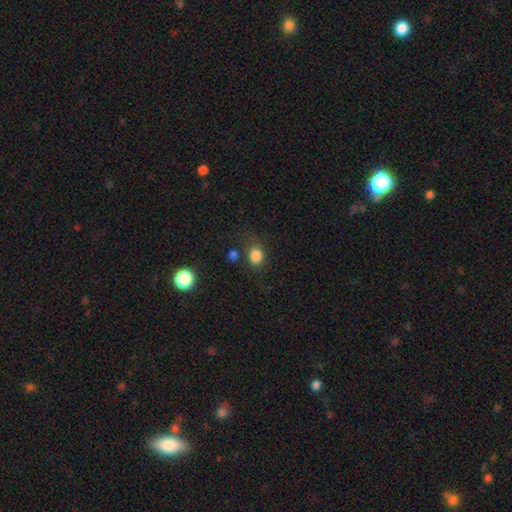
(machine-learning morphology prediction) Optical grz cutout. It shows a smooth galaxy with no disk features (83%) that is round (63%). Merging: none (70%).